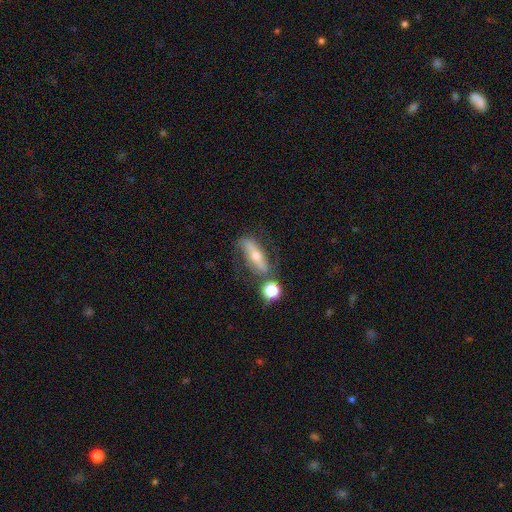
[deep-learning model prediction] Q: Smooth or featured?
A: featured or disk (58%); runner-up: smooth (33%)
Q: Edge-on disk?
A: no (53%); runner-up: yes (47%)
Q: Merging?
A: none (61%); runner-up: minor disturbance (18%)